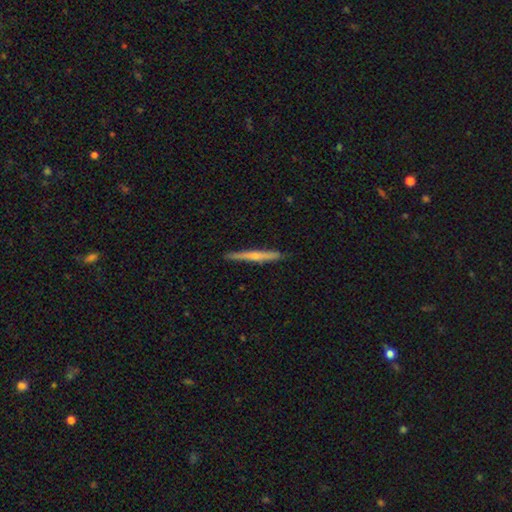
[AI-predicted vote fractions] A featured or disk galaxy (56%) viewed edge-on (97%) with a rounded central bulge (63%).

Vote fractions:
- Smooth or featured? featured or disk: 56% / smooth: 39% / star or artifact: 6%
- Edge-on disk? yes: 97% / no: 3%
- Edge-on bulge? rounded: 63% / none: 32% / boxy: 5%
- Merging? none: 90% / minor disturbance: 8% / major disturbance: 1% / merger: 1%